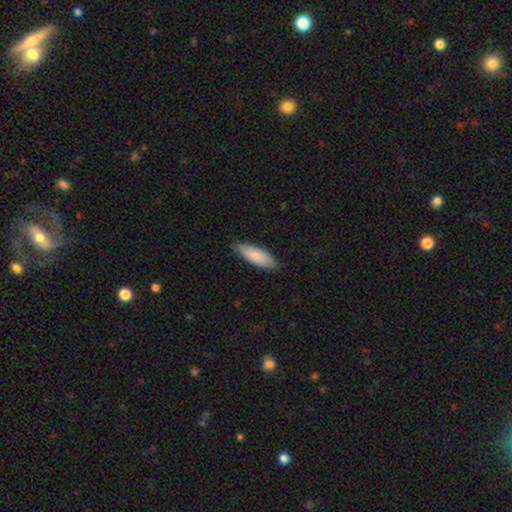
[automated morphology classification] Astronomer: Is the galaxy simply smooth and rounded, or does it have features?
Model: smooth — 82%.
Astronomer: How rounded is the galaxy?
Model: in between — 66%.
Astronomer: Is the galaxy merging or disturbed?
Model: none — 83%.